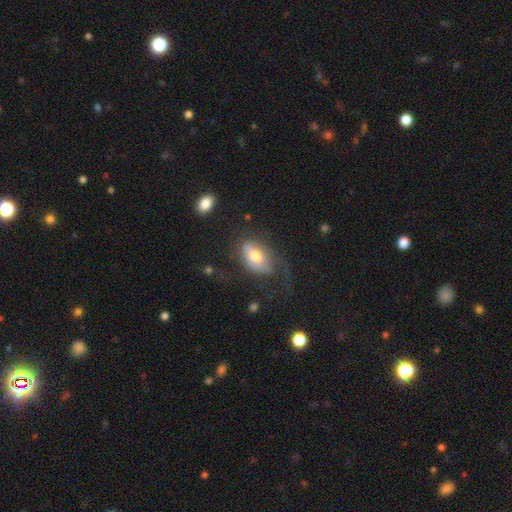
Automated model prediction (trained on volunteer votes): Q: Smooth or featured?
A: smooth (62%); runner-up: featured or disk (31%)
Q: How rounded?
A: in between (89%); runner-up: round (9%)
Q: Merging?
A: none (40%); runner-up: major disturbance (35%)